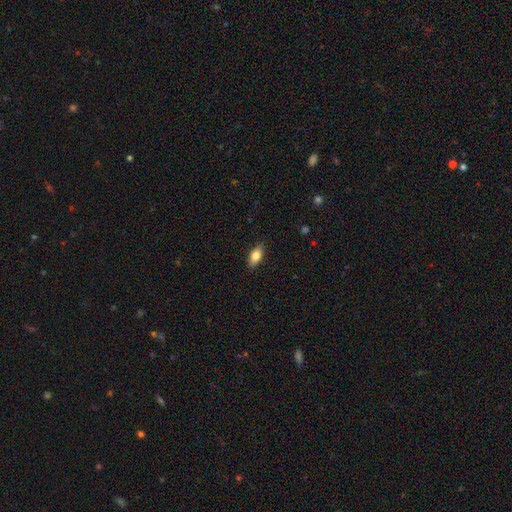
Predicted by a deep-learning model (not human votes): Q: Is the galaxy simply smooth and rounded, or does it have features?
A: smooth — 80%.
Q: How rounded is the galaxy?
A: in between — 88%.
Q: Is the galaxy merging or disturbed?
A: none — 87%.